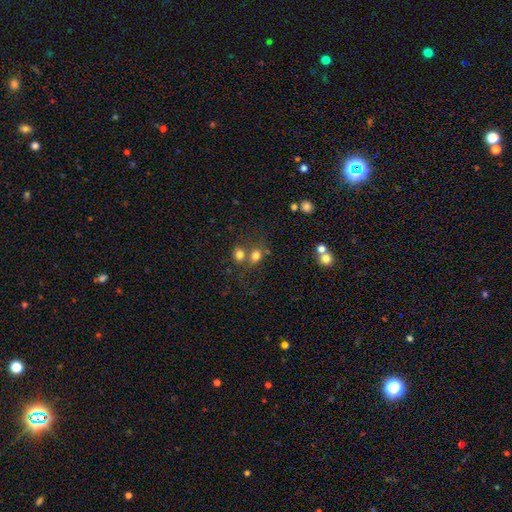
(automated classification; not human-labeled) A smooth galaxy with no disk features (75%) that is round (53%). Merging: none (43%).